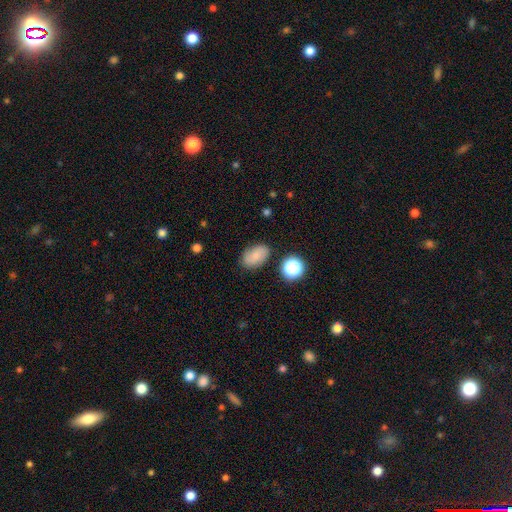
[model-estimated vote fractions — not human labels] Smooth or featured? Predicted: smooth (p=0.67). How rounded? Predicted: in between (p=0.84). Merging? Predicted: none (p=0.78).